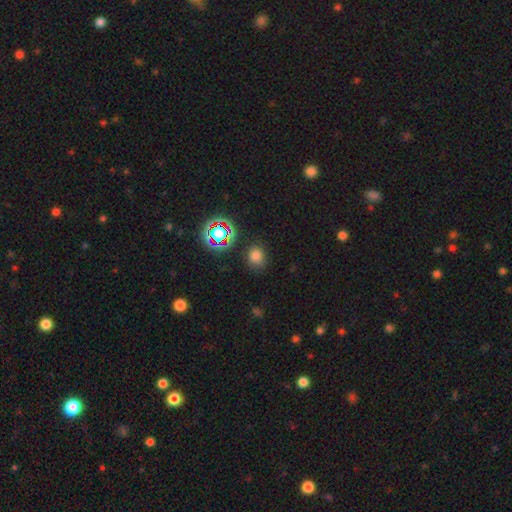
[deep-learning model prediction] smooth-or-featured: smooth: 72% | star or artifact: 22% | featured or disk: 6%
  how-rounded: round: 73% | in between: 25% | cigar-shaped: 1%
  merging: none: 84% | minor disturbance: 11% | major disturbance: 3% | merger: 2%